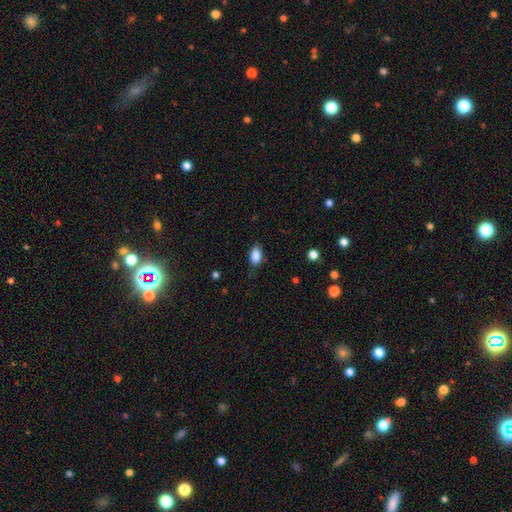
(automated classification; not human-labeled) A smooth galaxy with no disk features (87%) that is in between round and cigar-shaped (91%). Merging: none (78%).